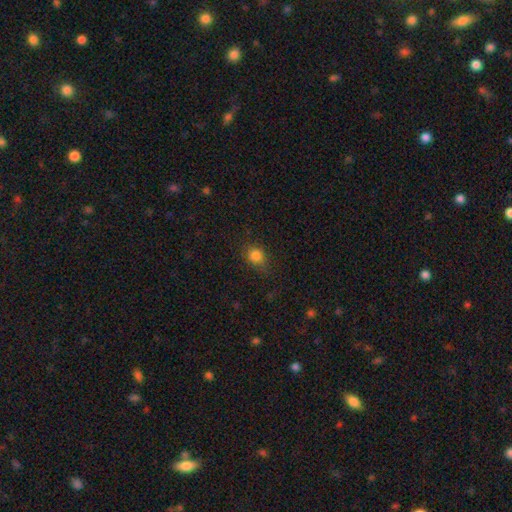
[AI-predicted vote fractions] smooth-or-featured: smooth: 82% | star or artifact: 12% | featured or disk: 5%
  how-rounded: round: 64% | in between: 35% | cigar-shaped: 1%
  merging: none: 73% | minor disturbance: 20% | major disturbance: 6% | merger: 1%